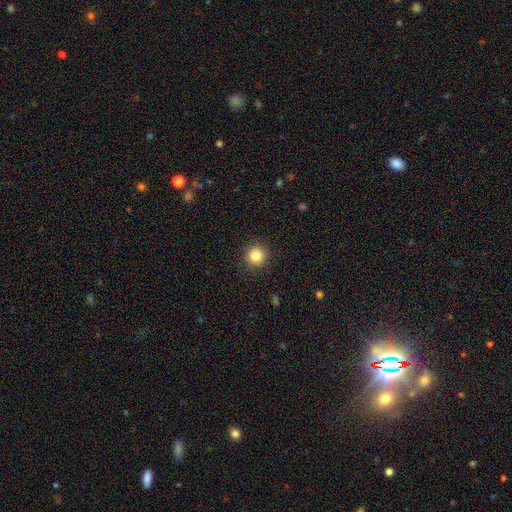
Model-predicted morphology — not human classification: smooth 84%, star or artifact 11%, featured or disk 5%. Down the decision tree: how rounded — round (94%); merging — none (91%).